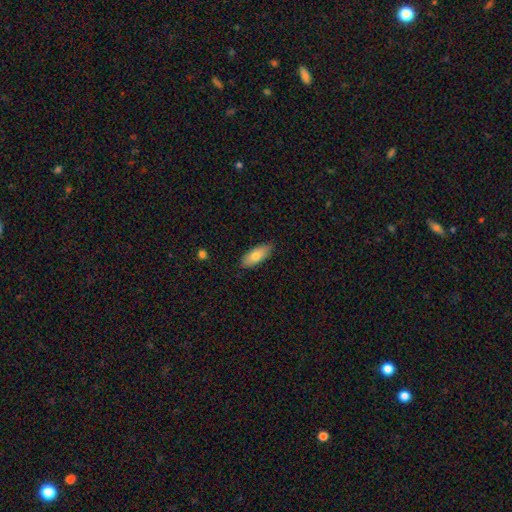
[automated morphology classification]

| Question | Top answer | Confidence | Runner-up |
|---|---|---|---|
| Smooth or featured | smooth | 77% | featured or disk (17%) |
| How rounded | in between | 80% | cigar-shaped (17%) |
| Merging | none | 86% | minor disturbance (11%) |